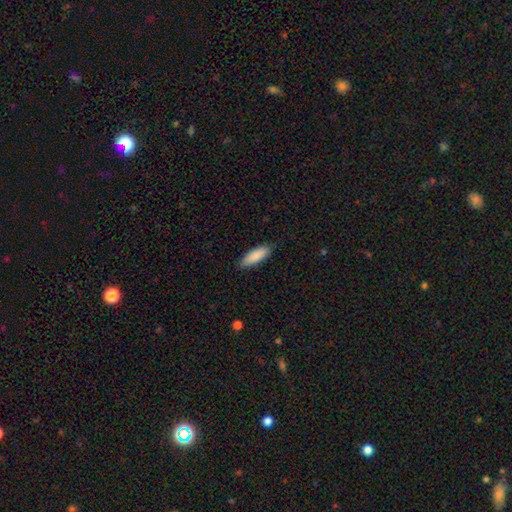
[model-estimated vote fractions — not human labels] Overall: smooth (88%). How rounded: in between (52%; cigar-shaped 46%). Merging: none (86%).